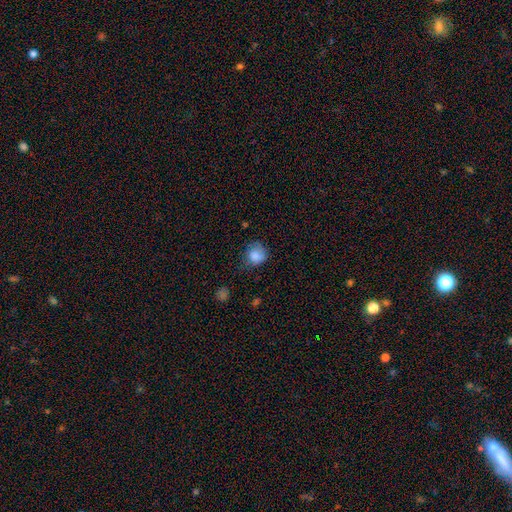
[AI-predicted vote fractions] A smooth galaxy with no disk features (84%) that is round (78%). Merging: none (56%).